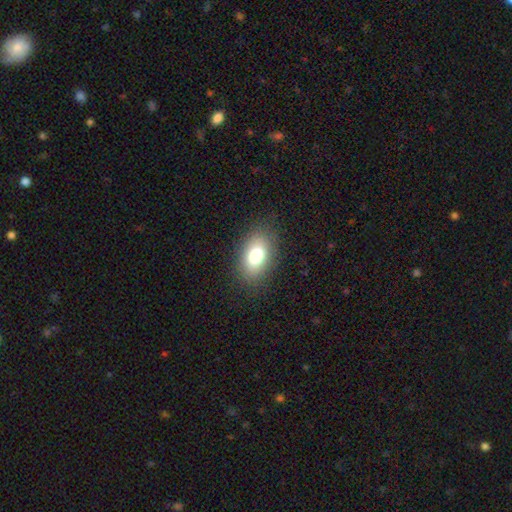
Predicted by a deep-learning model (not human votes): Overall: smooth (80%). How rounded: in between (90%). Merging: none (85%).